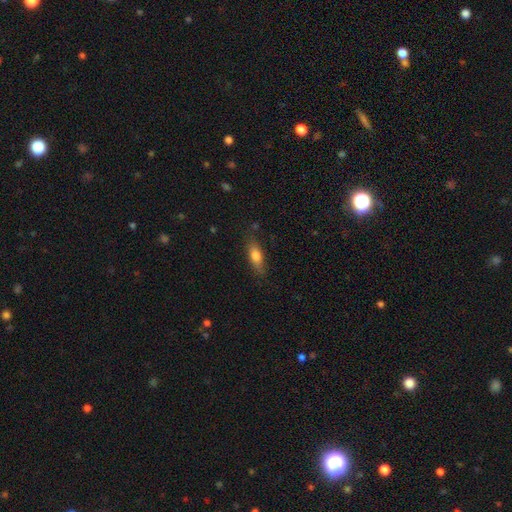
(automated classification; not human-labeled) This appears to be a smooth galaxy with no disk features (75%) that is in between round and cigar-shaped (64%). Merging: none (79%).